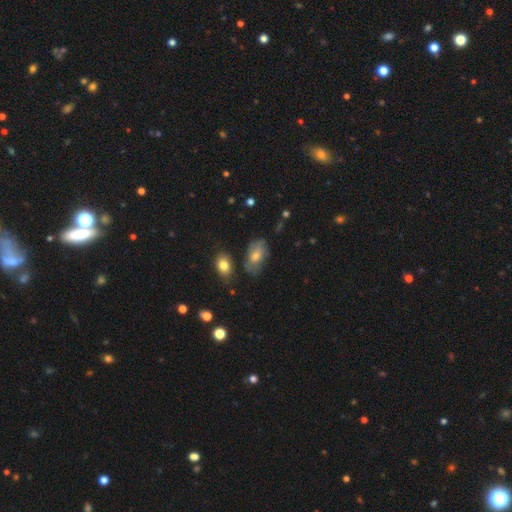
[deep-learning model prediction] Smooth or featured?
  - smooth: 67% *
  - featured or disk: 25%
  - star or artifact: 8%
How rounded?
  - in between: 92% *
  - round: 6%
  - cigar-shaped: 2%
Merging?
  - none: 62% *
  - minor disturbance: 25%
  - major disturbance: 8%
  - merger: 6%